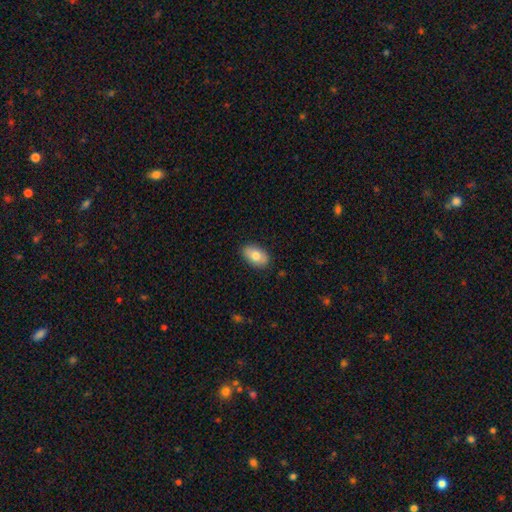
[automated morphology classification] smooth-or-featured: smooth: 78% | featured or disk: 16% | star or artifact: 7%
  how-rounded: in between: 91% | round: 7% | cigar-shaped: 2%
  merging: none: 87% | minor disturbance: 10% | major disturbance: 2% | merger: 1%